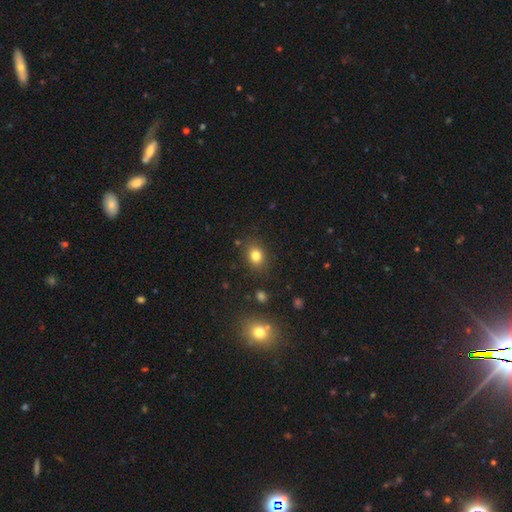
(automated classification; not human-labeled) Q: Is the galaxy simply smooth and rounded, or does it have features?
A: smooth — 80%.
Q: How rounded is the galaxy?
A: round — 54%.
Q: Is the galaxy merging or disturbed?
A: none — 84%.